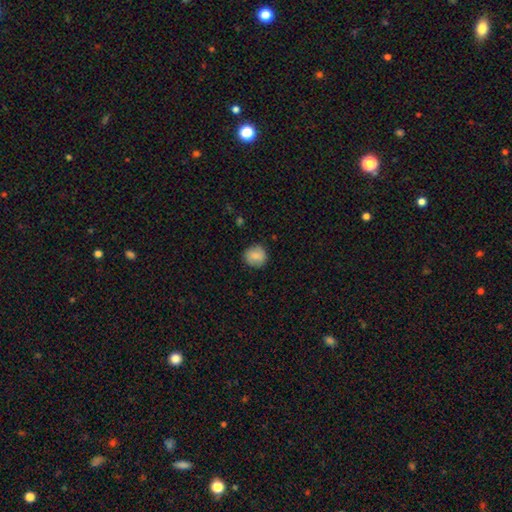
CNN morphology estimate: Smooth or featured?
  - smooth: 81% *
  - featured or disk: 11%
  - star or artifact: 8%
How rounded?
  - round: 91% *
  - in between: 8%
  - cigar-shaped: 1%
Merging?
  - none: 86% *
  - minor disturbance: 11%
  - major disturbance: 2%
  - merger: 1%